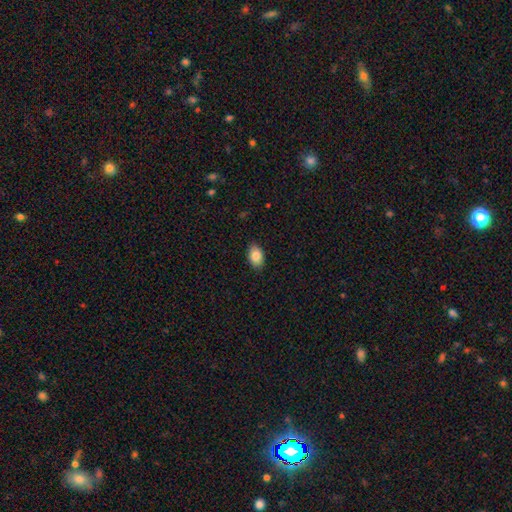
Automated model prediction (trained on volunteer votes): A smooth galaxy with no disk features (85%) that is in between round and cigar-shaped (89%). Merging: none (87%).